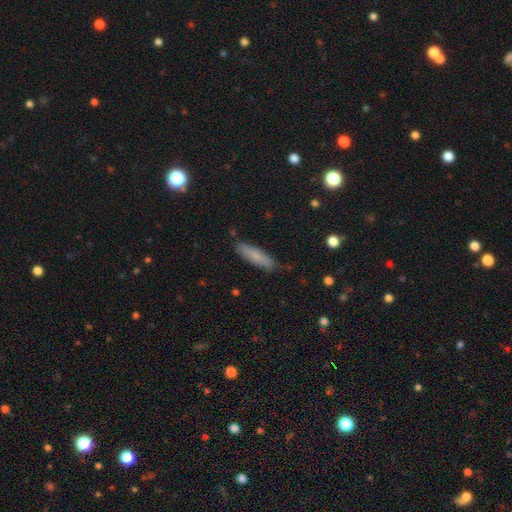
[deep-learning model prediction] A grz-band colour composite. It shows a smooth galaxy with no disk features (78%) that is cigar-shaped (78%). Merging: none (85%).